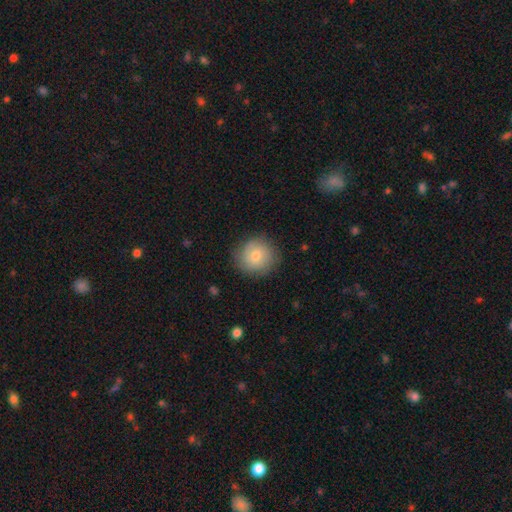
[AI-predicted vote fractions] smooth_or_featured: smooth (p=0.74) [alt: featured or disk p=0.18]
how_rounded: round (p=0.91) [alt: in between p=0.09]
merging: none (p=0.85) [alt: minor disturbance p=0.11]